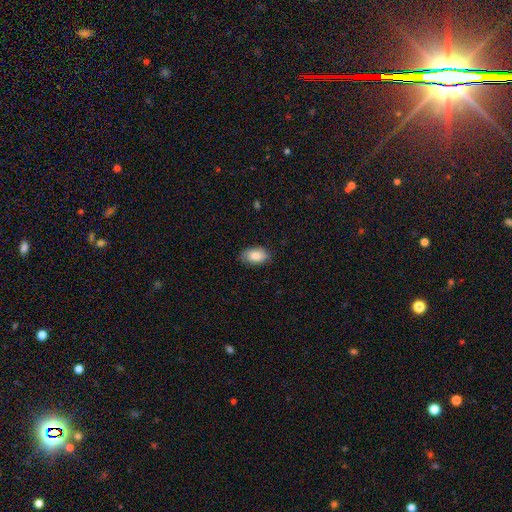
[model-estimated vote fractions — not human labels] Smooth or featured? Predicted: smooth (p=0.81). How rounded? Predicted: in between (p=0.93). Merging? Predicted: none (p=0.79).